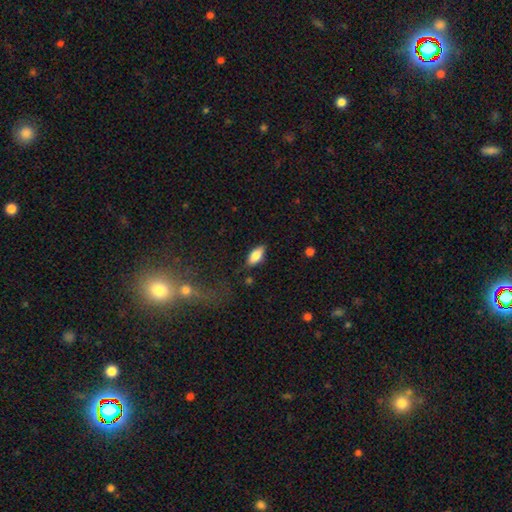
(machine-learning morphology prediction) Smooth or featured? Predicted: smooth (p=0.77). How rounded? Predicted: in between (p=0.82). Merging? Predicted: none (p=0.83).